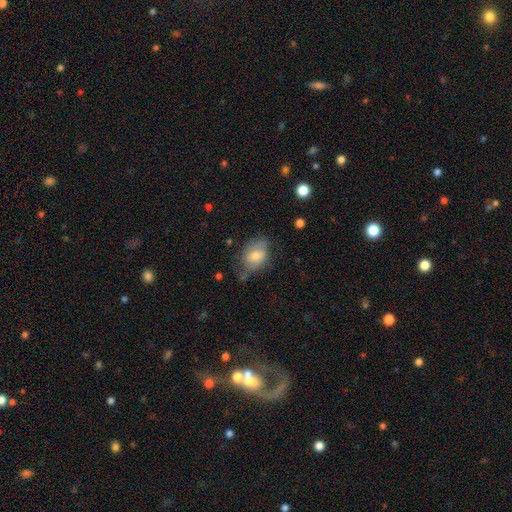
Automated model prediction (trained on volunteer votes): Smooth or featured? smooth (67%)
How rounded? in between (81%)
Merging? none (49%)